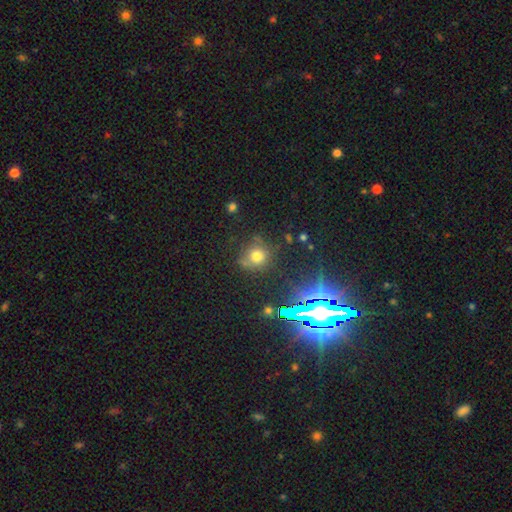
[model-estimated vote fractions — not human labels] This appears to be a star or artifact, not a galaxy (49%).